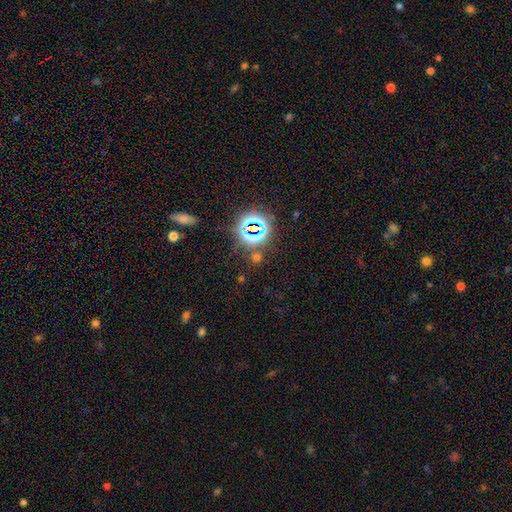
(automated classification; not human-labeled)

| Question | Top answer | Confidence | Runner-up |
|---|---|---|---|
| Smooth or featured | star or artifact | 74% | smooth (18%) |